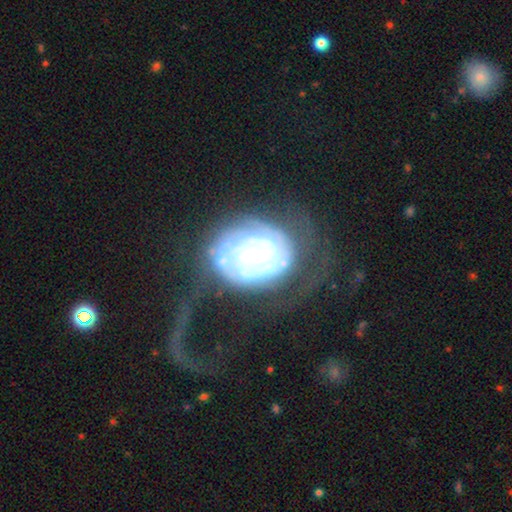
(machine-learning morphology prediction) Smooth or featured?
  - featured or disk: 80% *
  - smooth: 13%
  - star or artifact: 6%
Edge-on disk?
  - no: 97% *
  - yes: 3%
Bar?
  - no: 73% *
  - weak: 21%
  - strong: 5%
Spiral arms?
  - yes: 81% *
  - no: 19%
Spiral winding?
  - tight: 64% *
  - medium: 23%
  - loose: 14%
Spiral arm count?
  - can't tell: 44% *
  - 2: 25%
  - 1: 12%
  - 3: 9%
  - 4: 5%
  - more than 4: 5%
Bulge size?
  - small: 48% *
  - moderate: 42%
  - large: 6%
  - none: 2%
  - dominant: 2%
Merging?
  - major disturbance: 41% *
  - none: 34%
  - minor disturbance: 20%
  - merger: 5%